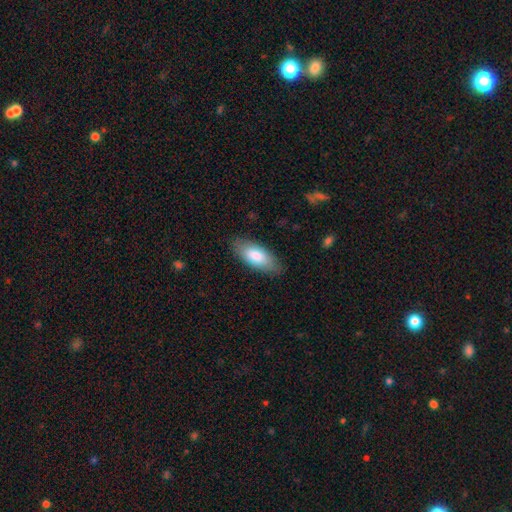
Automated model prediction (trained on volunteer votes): Smooth or featured? Predicted: smooth (p=0.82). How rounded? Predicted: in between (p=0.85). Merging? Predicted: none (p=0.84).